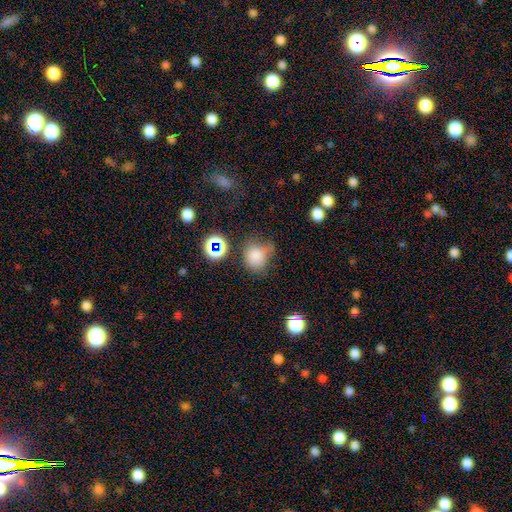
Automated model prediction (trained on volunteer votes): This is likely a smooth galaxy (74%). How rounded: likely round (67%). Merging: possibly none (46%).